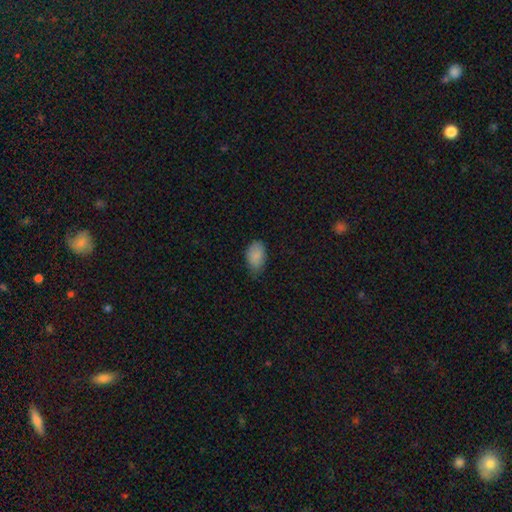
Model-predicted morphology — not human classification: This appears to be a smooth galaxy with no disk features (87%) that is in between round and cigar-shaped (91%). Merging: none (62%).